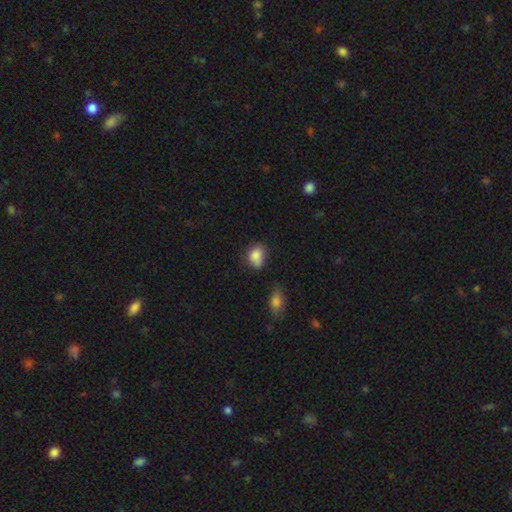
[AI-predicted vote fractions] Morphology: type=smooth (83%); roundness=in between (57%); merging=none (56%).